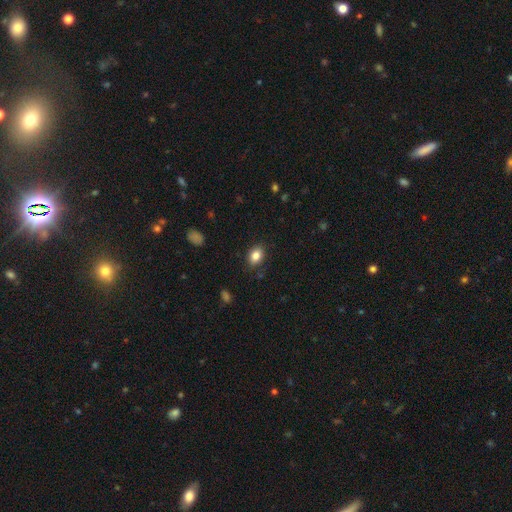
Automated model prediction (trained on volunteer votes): Smooth or featured? smooth (84%)
How rounded? in between (73%)
Merging? none (85%)